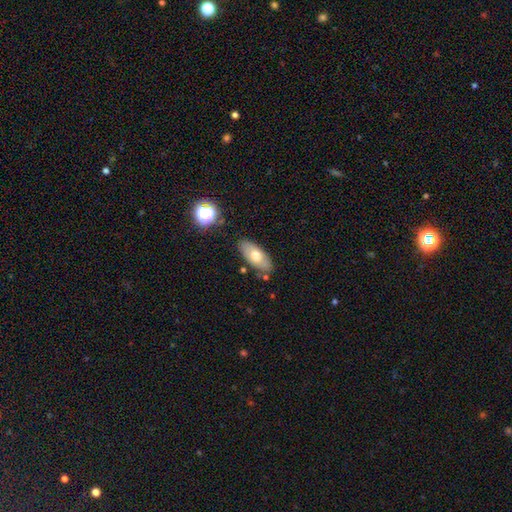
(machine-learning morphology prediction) A smooth galaxy with no disk features (66%) that is in between round and cigar-shaped (88%).

Vote fractions:
- Smooth or featured? smooth: 66% / featured or disk: 27% / star or artifact: 7%
- How rounded? in between: 88% / cigar-shaped: 9% / round: 3%
- Merging? none: 81% / minor disturbance: 13% / merger: 3% / major disturbance: 3%